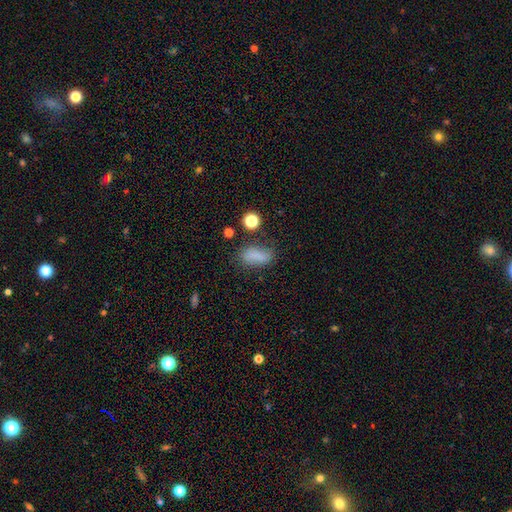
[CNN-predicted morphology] Overall: smooth (77%). How rounded: in between (82%). Merging: none (65%).